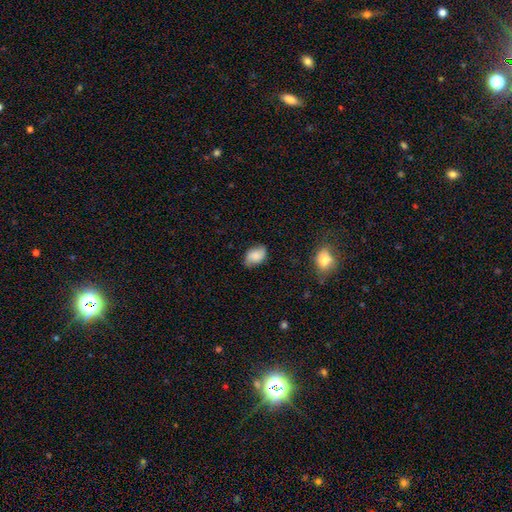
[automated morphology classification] Smooth or featured: smooth — 75% (featured or disk — 16%)
How rounded: in between — 83% (round — 16%)
Merging: none — 70% (minor disturbance — 23%)